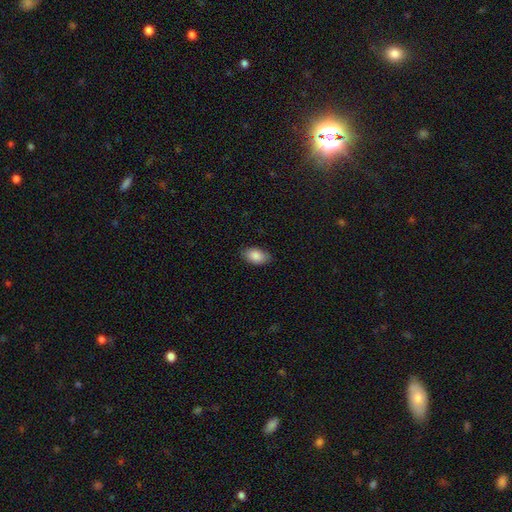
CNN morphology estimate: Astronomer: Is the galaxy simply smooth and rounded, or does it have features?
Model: smooth — 87%.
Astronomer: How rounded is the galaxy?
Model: in between — 93%.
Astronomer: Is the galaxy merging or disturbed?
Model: none — 85%.